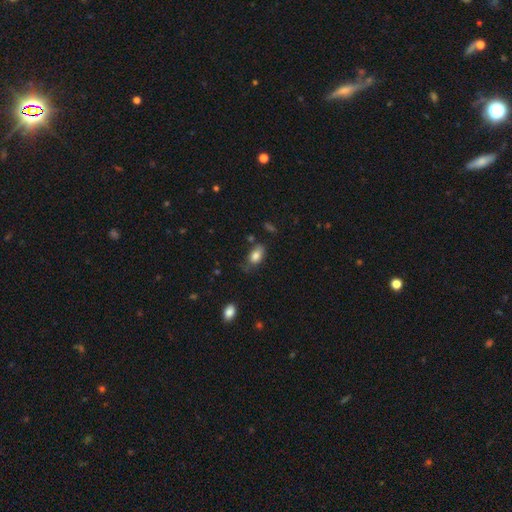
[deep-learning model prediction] Morphology: type=smooth (81%); roundness=in between (89%); merging=none (56%).